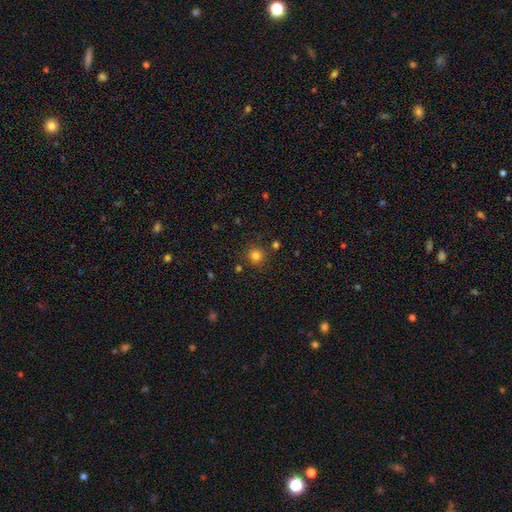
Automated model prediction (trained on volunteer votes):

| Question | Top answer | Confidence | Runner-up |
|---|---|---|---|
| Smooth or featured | smooth | 81% | star or artifact (14%) |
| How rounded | round | 93% | in between (6%) |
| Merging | none | 85% | minor disturbance (8%) |